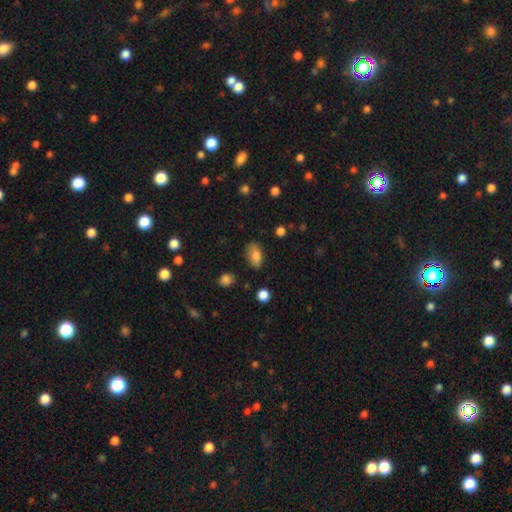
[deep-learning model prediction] The model was most divided on "merging": none: 75%, minor disturbance: 19%, major disturbance: 4%, merger: 2%. More confident: how rounded — in between (89%); smooth or featured — smooth (82%).